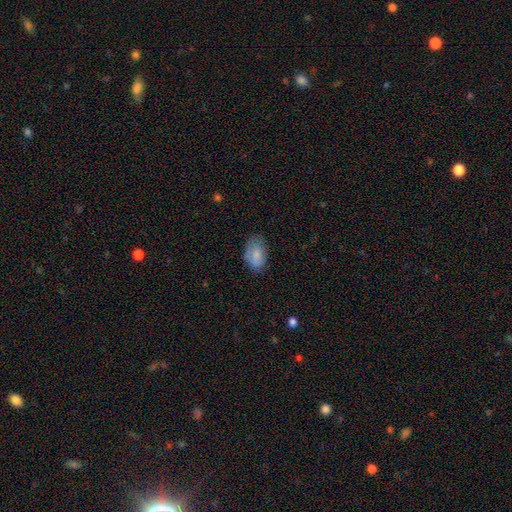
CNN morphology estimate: Smooth or featured?
  - smooth: 80% *
  - featured or disk: 13%
  - star or artifact: 7%
How rounded?
  - in between: 90% *
  - round: 8%
  - cigar-shaped: 1%
Merging?
  - none: 60% *
  - minor disturbance: 30%
  - major disturbance: 9%
  - merger: 1%